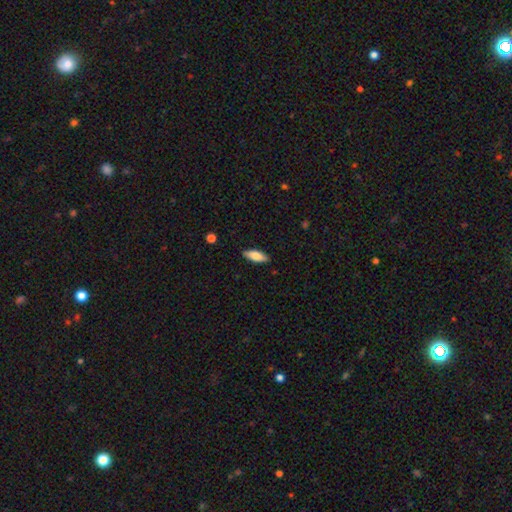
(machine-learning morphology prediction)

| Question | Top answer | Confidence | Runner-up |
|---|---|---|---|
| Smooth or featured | smooth | 82% | featured or disk (12%) |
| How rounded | in between | 74% | cigar-shaped (24%) |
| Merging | none | 87% | minor disturbance (10%) |